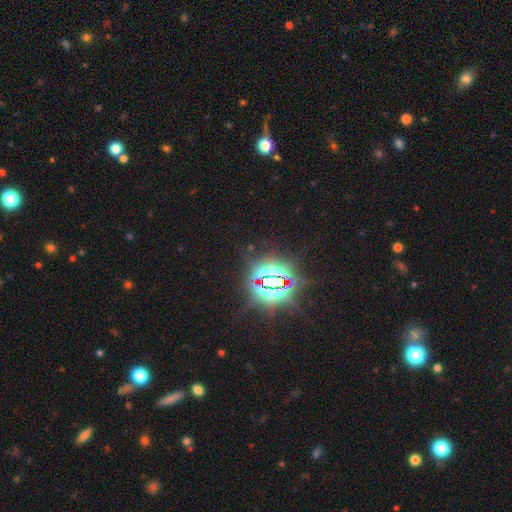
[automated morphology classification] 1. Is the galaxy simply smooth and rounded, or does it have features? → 85% star or artifact, 9% smooth, 6% featured or disk.